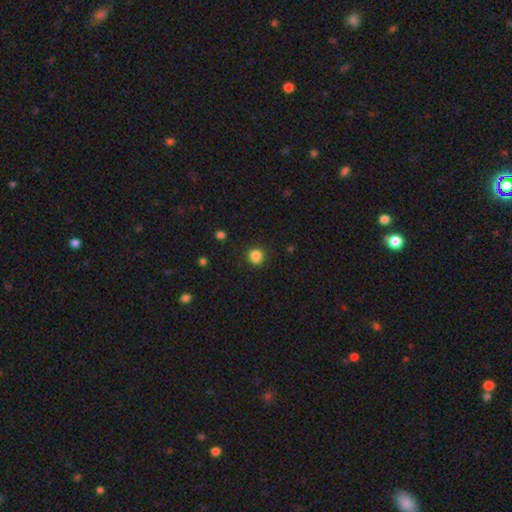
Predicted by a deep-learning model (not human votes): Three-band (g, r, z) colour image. It shows a smooth galaxy with no disk features (83%) that is round (77%). Merging: none (76%).